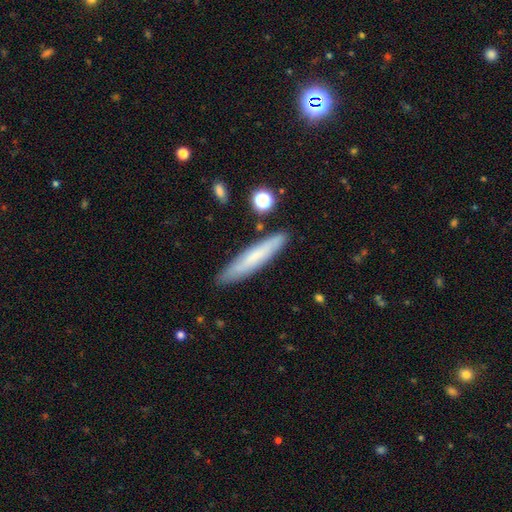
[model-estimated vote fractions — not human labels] This is likely a smooth galaxy (65%). How rounded: clearly cigar-shaped (89%). Merging: clearly none (85%).